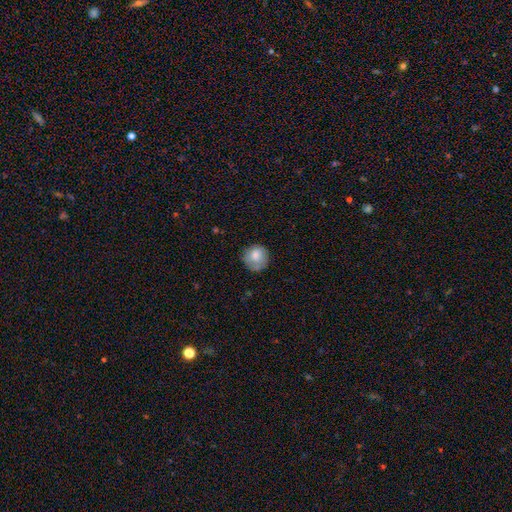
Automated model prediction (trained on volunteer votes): smooth-or-featured: smooth: 79% | featured or disk: 13% | star or artifact: 8%
  how-rounded: round: 89% | in between: 10% | cigar-shaped: 1%
  merging: none: 72% | minor disturbance: 21% | major disturbance: 6% | merger: 2%